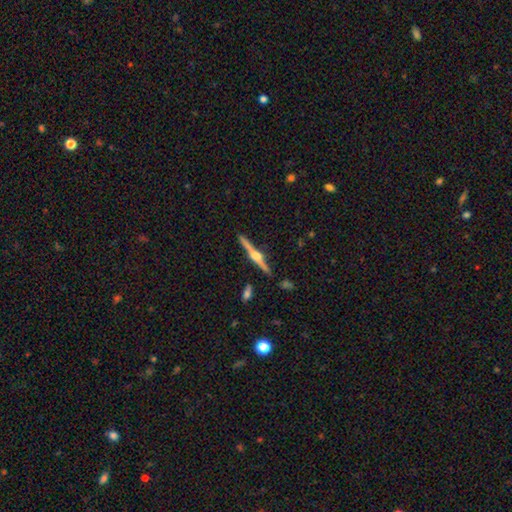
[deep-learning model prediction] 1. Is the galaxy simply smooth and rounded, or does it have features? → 85% featured or disk, 10% smooth, 5% star or artifact.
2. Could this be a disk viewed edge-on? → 98% yes, 2% no.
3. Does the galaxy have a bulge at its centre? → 93% rounded, 5% boxy, 2% none.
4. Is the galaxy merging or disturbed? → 89% none, 7% minor disturbance, 2% merger, 2% major disturbance.